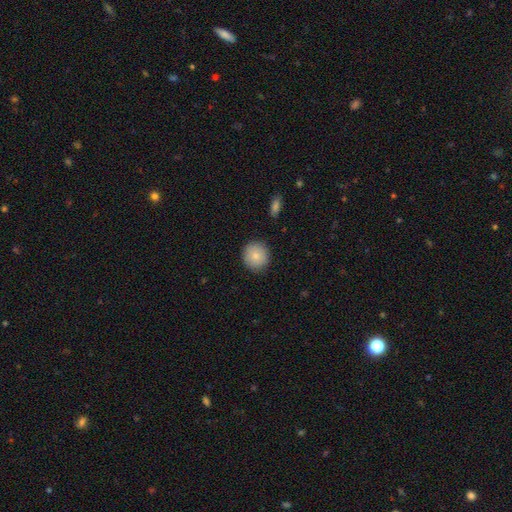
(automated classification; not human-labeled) Morphology: type=smooth (83%); roundness=round (91%); merging=none (89%).